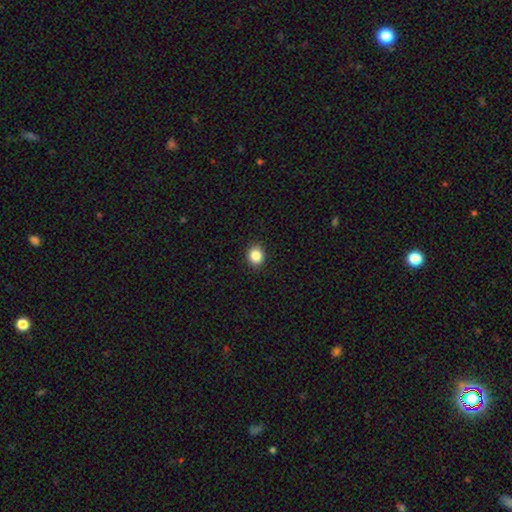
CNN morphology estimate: Smooth or featured? smooth (86%)
How rounded? round (72%)
Merging? none (91%)